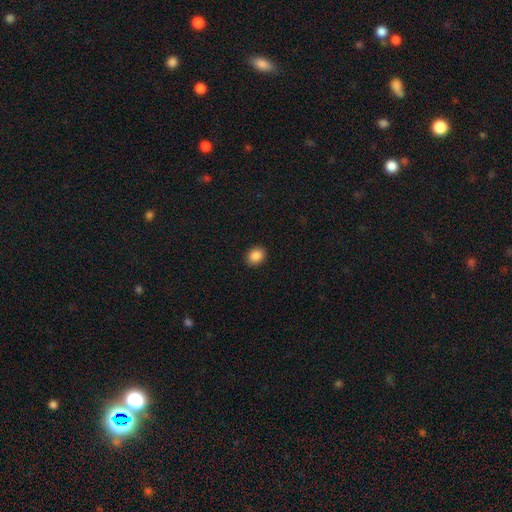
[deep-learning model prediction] A smooth galaxy with no disk features (88%) that is round (51%). Merging: none (90%).